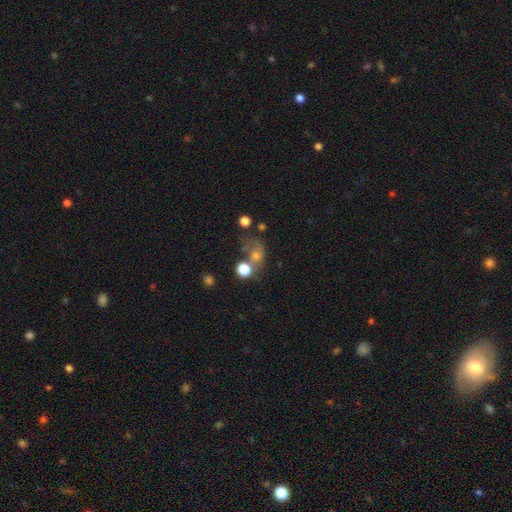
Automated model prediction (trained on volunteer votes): Smooth or featured?
  - smooth: 50% *
  - star or artifact: 26%
  - featured or disk: 23%
How rounded?
  - round: 57% *
  - in between: 41%
  - cigar-shaped: 2%
Merging?
  - none: 29% * (tied)
  - merger: 29% * (tied)
  - major disturbance: 28%
  - minor disturbance: 15%